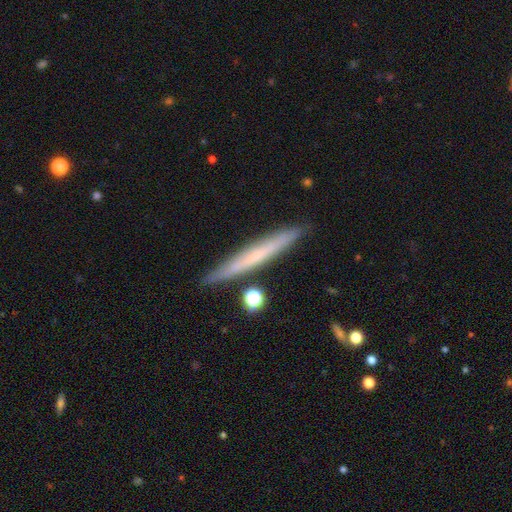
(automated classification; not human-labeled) Overall: smooth (47%; featured or disk 46%). Merging: none (87%).